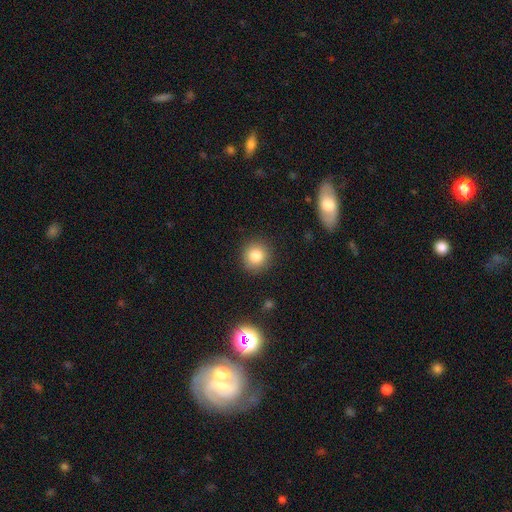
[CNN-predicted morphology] This appears to be a smooth galaxy with no disk features (82%) that is round (90%). Merging: none (89%).